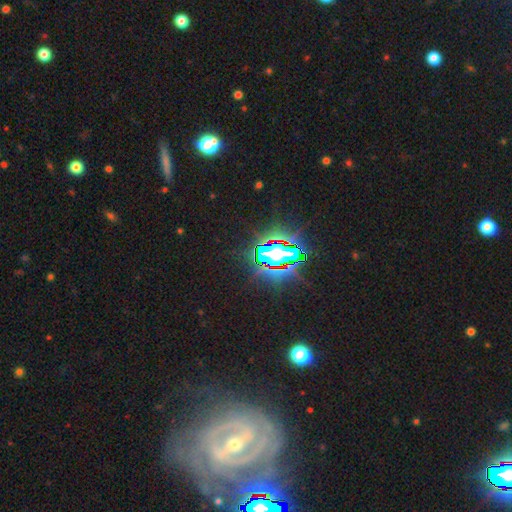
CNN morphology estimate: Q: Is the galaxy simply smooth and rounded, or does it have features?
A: star or artifact — 79%.